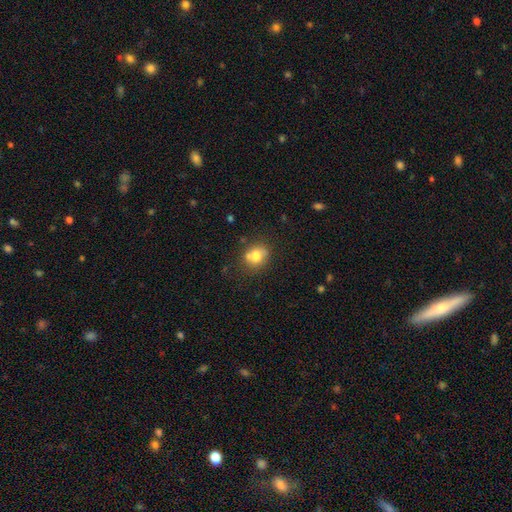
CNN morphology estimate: Smooth or featured: smooth — 72% (featured or disk — 17%)
How rounded: round — 70% (in between — 29%)
Merging: none — 62% (merger — 18%)